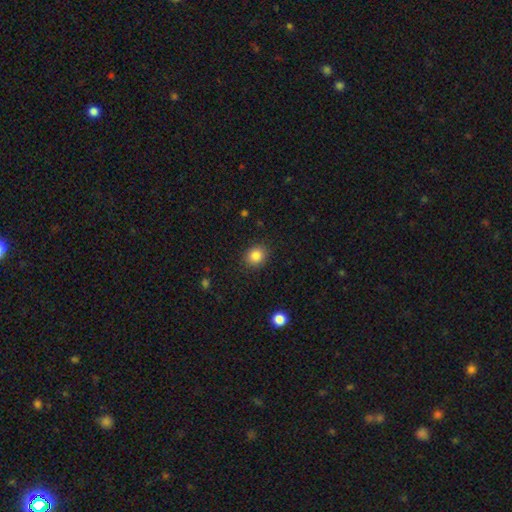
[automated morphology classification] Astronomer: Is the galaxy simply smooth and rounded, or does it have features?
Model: smooth — 85%.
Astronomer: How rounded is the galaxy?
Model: round — 72%.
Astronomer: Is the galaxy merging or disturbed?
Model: none — 89%.